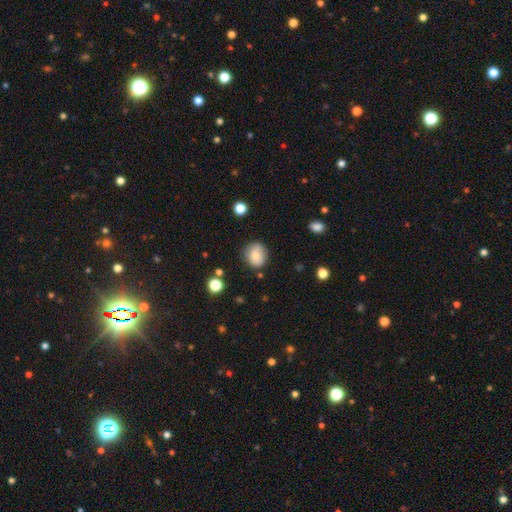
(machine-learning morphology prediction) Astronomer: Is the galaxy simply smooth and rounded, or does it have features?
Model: smooth — 73%.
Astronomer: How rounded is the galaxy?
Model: round — 78%.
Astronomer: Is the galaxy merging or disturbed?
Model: none — 73%.